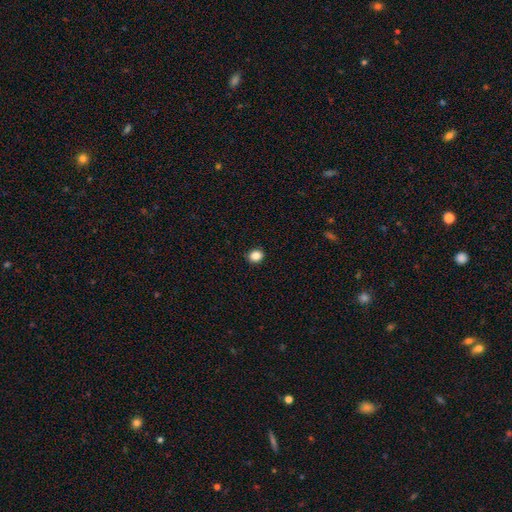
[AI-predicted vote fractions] Smooth or featured? Predicted: smooth (p=0.86). How rounded? Predicted: round (p=0.64). Merging? Predicted: none (p=0.92).